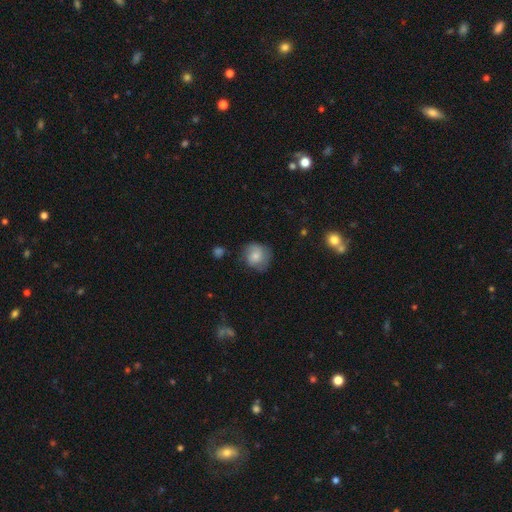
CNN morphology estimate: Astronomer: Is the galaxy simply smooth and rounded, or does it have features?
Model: smooth — 70%.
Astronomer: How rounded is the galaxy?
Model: round — 83%.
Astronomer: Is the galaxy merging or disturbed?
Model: none — 66%.